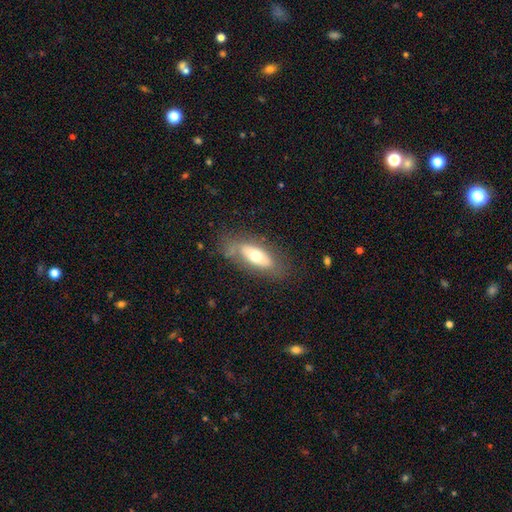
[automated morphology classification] smooth-or-featured: smooth: 54% | featured or disk: 39% | star or artifact: 7%
  how-rounded: in between: 77% | cigar-shaped: 20% | round: 3%
  merging: none: 69% | minor disturbance: 19% | major disturbance: 9% | merger: 3%